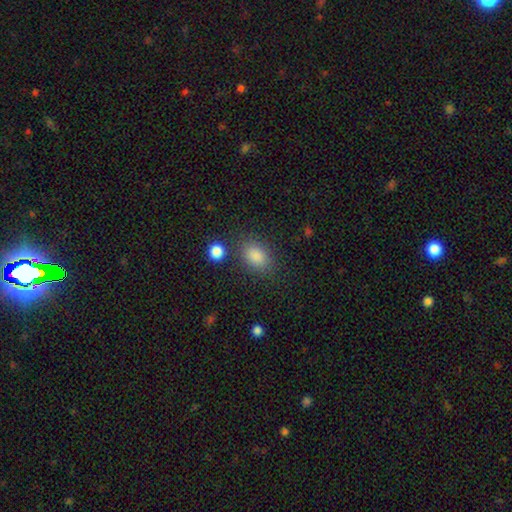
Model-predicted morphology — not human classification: Smooth or featured: smooth — 85% (star or artifact — 10%)
How rounded: in between — 77% (round — 22%)
Merging: none — 80% (minor disturbance — 12%)